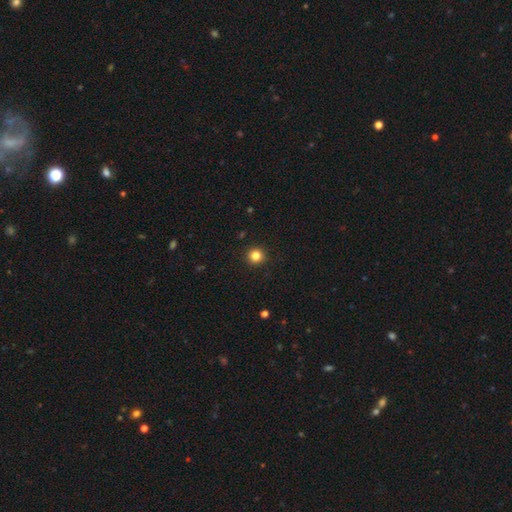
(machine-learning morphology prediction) A smooth galaxy with no disk features (83%) that is round (95%). Merging: none (93%).